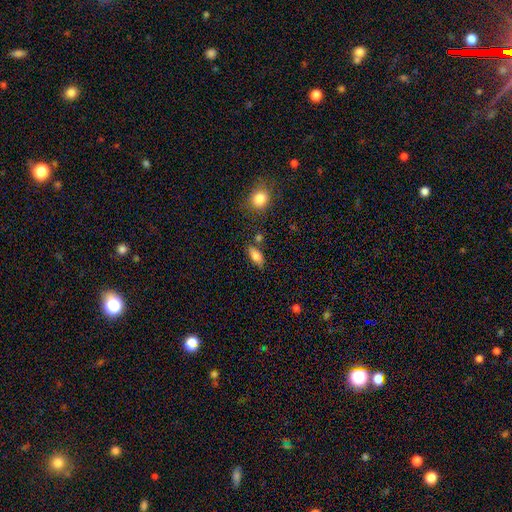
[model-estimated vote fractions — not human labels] This appears to be a smooth galaxy with no disk features (82%) that is in between round and cigar-shaped (85%). Merging: none (70%).